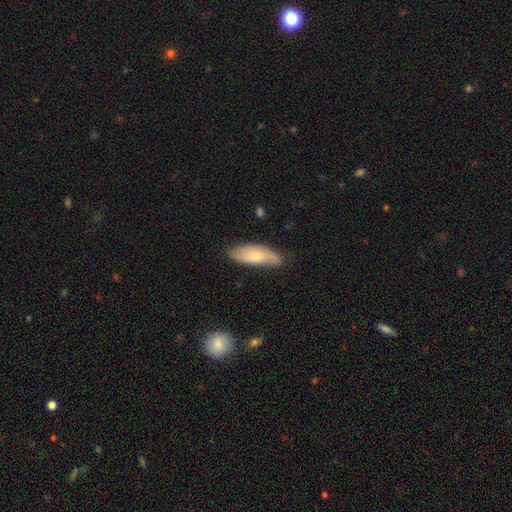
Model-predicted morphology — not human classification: The model was most divided on "smooth or featured": smooth: 63%, featured or disk: 32%, star or artifact: 6%. More confident: merging — none (76%); how rounded — in between (68%).